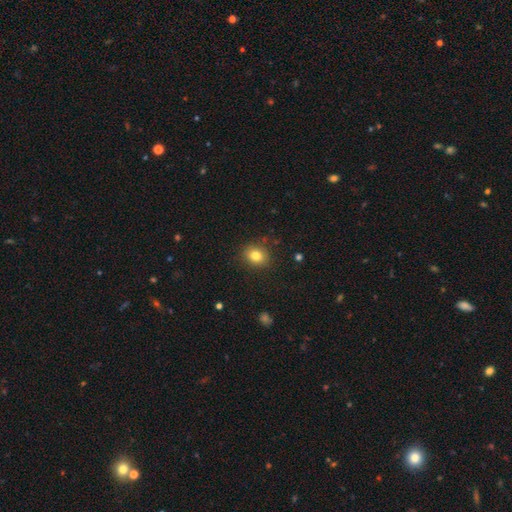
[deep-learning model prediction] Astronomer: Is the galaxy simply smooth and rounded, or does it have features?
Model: smooth — 82%.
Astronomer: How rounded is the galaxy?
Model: round — 61% (runner-up: in between, 38%).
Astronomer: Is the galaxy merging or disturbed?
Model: none — 86%.